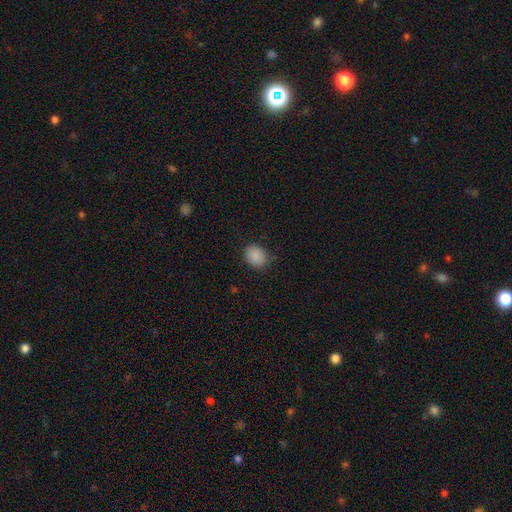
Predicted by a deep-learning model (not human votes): Smooth or featured: smooth — 88% (star or artifact — 9%)
How rounded: round — 55% (in between — 44%)
Merging: none — 82% (minor disturbance — 14%)